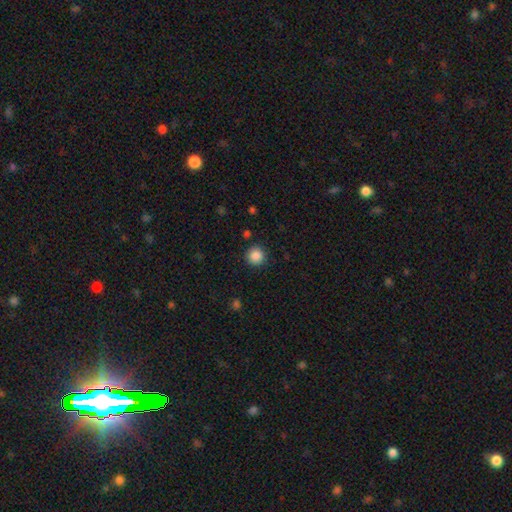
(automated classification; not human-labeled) smooth_or_featured: smooth (p=0.87) [alt: star or artifact p=0.10]
how_rounded: round (p=0.94) [alt: in between p=0.05]
merging: none (p=0.90) [alt: minor disturbance p=0.06]